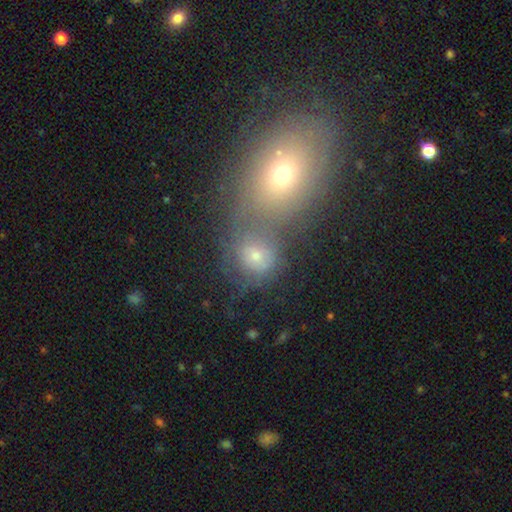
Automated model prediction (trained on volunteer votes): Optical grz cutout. It shows a smooth galaxy with no disk features (58%) that is round (68%). Merging: merger (53%).